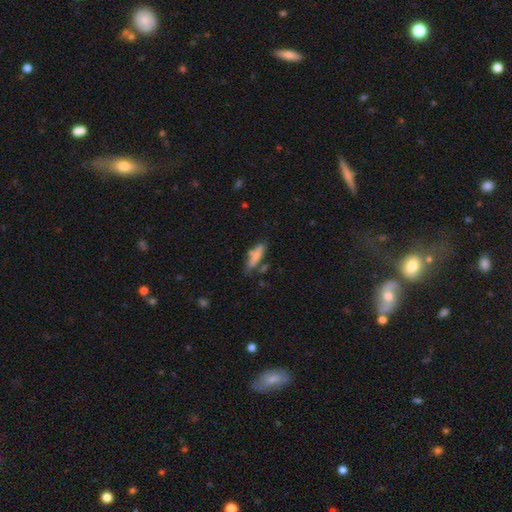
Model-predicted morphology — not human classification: This is likely a smooth galaxy (69%). How rounded: likely cigar-shaped (70%). Merging: likely none (61%).